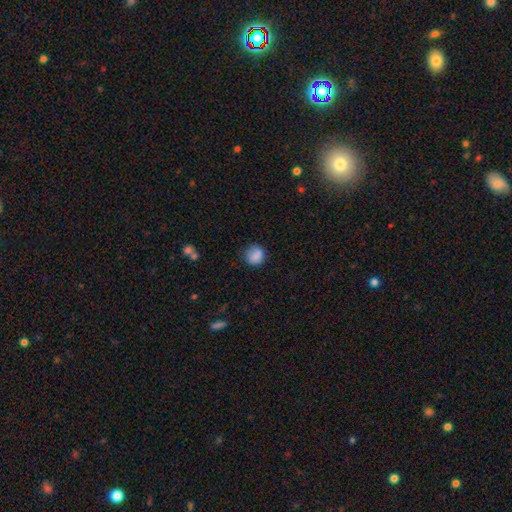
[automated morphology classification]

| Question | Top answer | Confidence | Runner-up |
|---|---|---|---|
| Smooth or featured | smooth | 83% | star or artifact (9%) |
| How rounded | round | 83% | in between (16%) |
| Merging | none | 72% | minor disturbance (19%) |